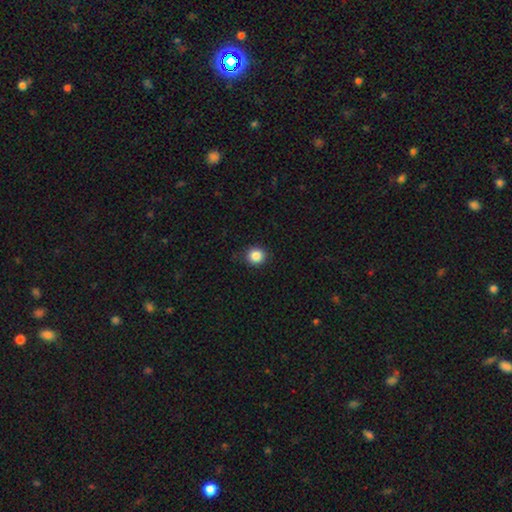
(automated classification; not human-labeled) smooth 86%, star or artifact 10%, featured or disk 4%. Down the decision tree: how rounded — round (87%); merging — none (87%).